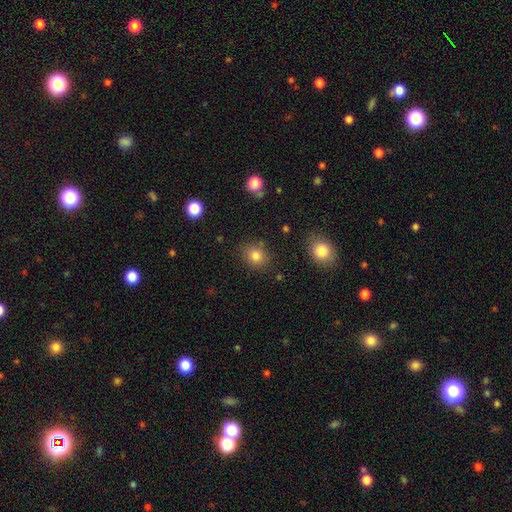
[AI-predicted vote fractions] This appears to be a smooth galaxy with no disk features (81%) that is round (65%). Merging: none (82%).